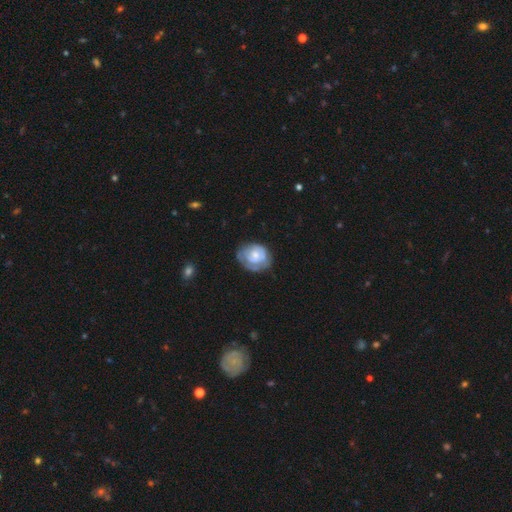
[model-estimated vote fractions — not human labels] This appears to be a featured or disk galaxy (56%) with no bar (82%), spiral arms (61%) and a small central bulge (44%). Merging: none (59%).